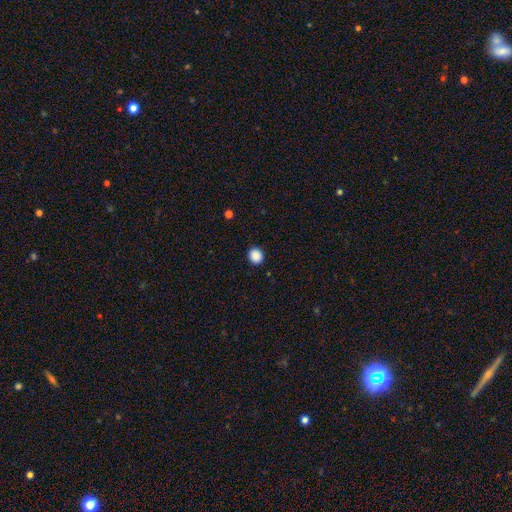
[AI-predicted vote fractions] A smooth galaxy with no disk features (89%) that is round (82%). Merging: none (92%).